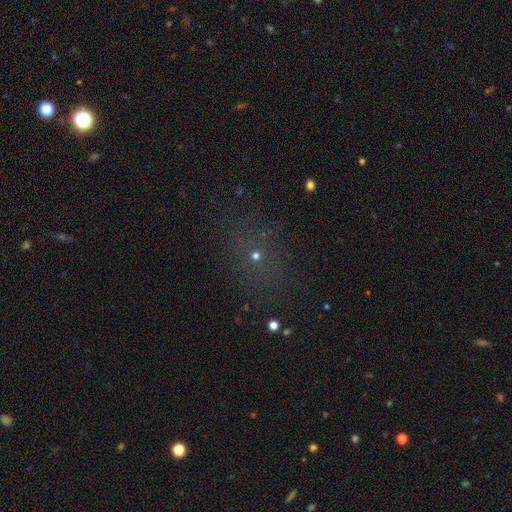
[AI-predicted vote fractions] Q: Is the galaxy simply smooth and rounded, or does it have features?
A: smooth — 53%.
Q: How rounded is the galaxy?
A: round — 86%.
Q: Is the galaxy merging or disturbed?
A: none — 81%.